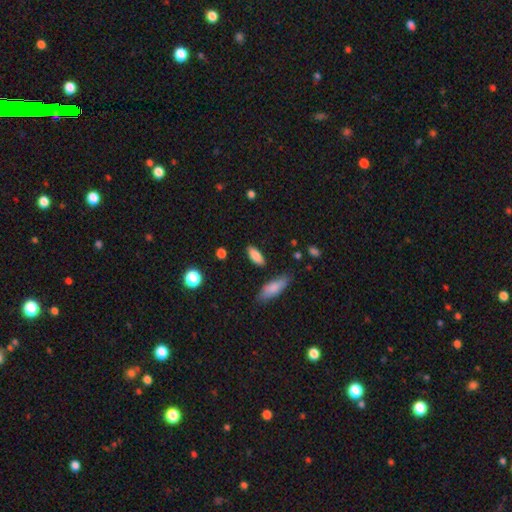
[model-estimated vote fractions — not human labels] Smooth or featured: smooth — 84% (featured or disk — 9%)
How rounded: in between — 74% (cigar-shaped — 23%)
Merging: none — 84% (minor disturbance — 11%)